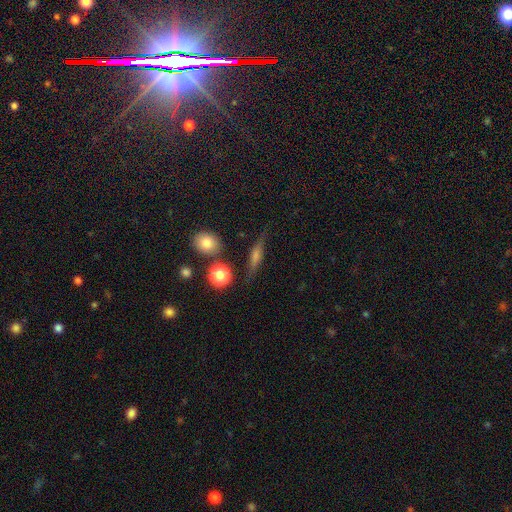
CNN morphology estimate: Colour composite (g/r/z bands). It shows a featured or disk galaxy (51%) viewed edge-on (90%). Merging: none (80%).